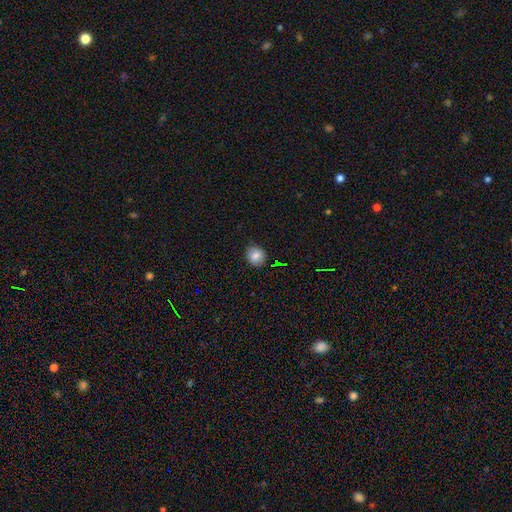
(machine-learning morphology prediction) smooth_or_featured: smooth (p=0.83) [alt: star or artifact p=0.10]
how_rounded: round (p=0.80) [alt: in between p=0.19]
merging: none (p=0.84) [alt: minor disturbance p=0.12]